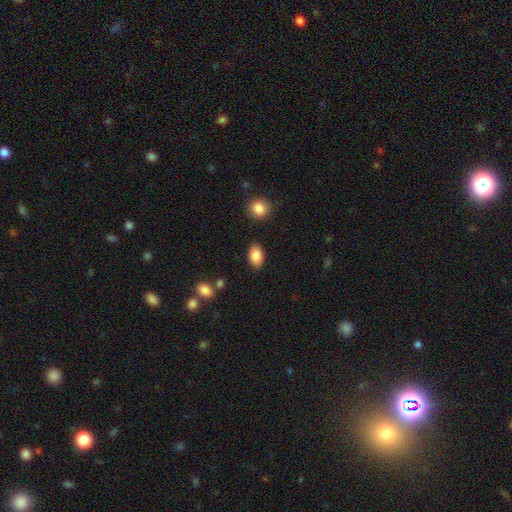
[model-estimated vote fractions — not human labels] smooth 86%, star or artifact 8%, featured or disk 7%. Down the decision tree: how rounded — in between (89%); merging — none (86%).